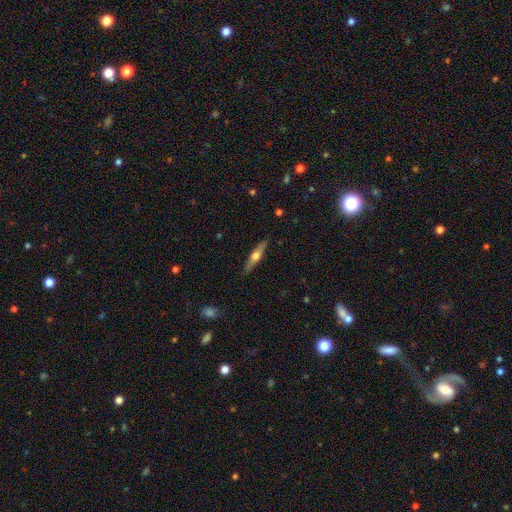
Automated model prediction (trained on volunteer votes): Smooth or featured: featured or disk — 58% (smooth — 36%)
Edge-on disk: yes — 94% (no — 6%)
Edge-on bulge: rounded — 92% (none — 5%)
Merging: none — 89% (minor disturbance — 8%)